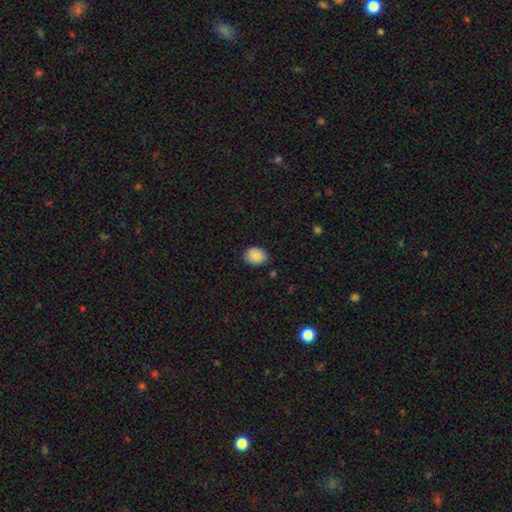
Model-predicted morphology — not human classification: This appears to be a smooth galaxy with no disk features (88%) that is in between round and cigar-shaped (59%). Merging: none (84%).